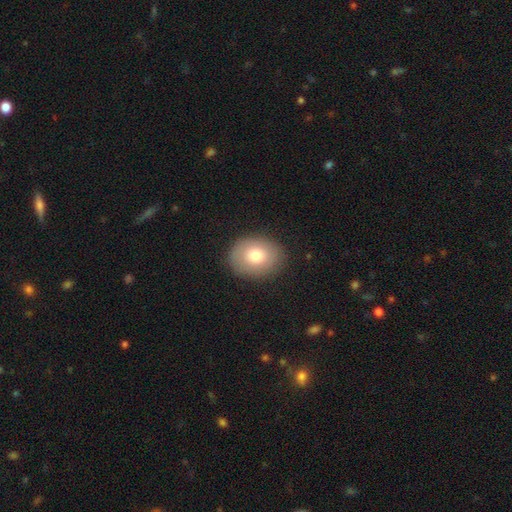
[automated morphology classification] Smooth or featured? Predicted: smooth (p=0.75). How rounded? Predicted: in between (p=0.52). Merging? Predicted: none (p=0.86).